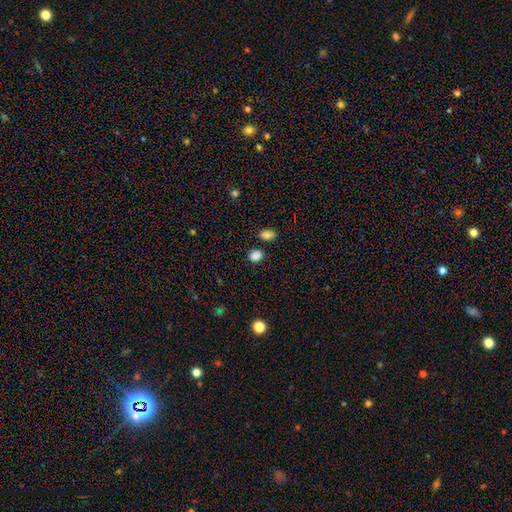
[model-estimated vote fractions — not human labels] A smooth galaxy with no disk features (83%) that is round (64%). Merging: none (80%).